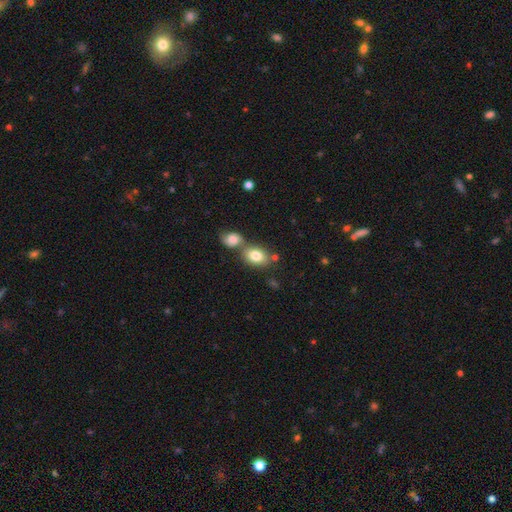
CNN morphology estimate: Smooth or featured? smooth (81%)
How rounded? in between (75%)
Merging? none (44%)